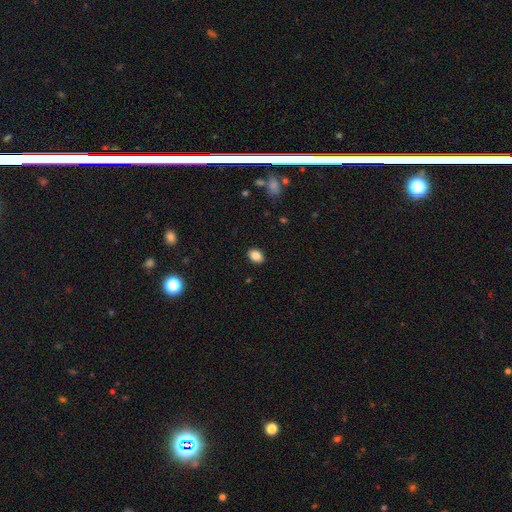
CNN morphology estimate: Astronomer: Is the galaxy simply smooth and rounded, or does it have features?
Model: smooth — 86%.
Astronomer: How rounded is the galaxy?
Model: in between — 69%.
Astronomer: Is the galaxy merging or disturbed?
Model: none — 90%.